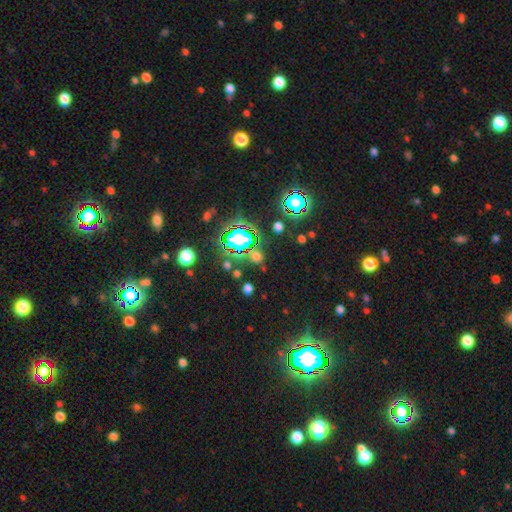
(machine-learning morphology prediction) Smooth or featured? star or artifact (50%)